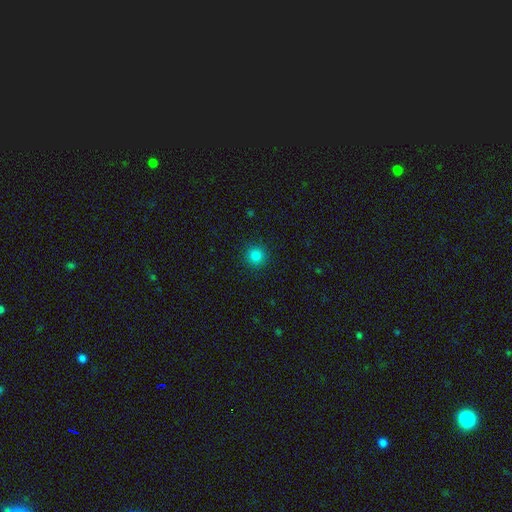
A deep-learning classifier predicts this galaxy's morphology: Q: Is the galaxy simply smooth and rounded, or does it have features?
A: smooth — 83%.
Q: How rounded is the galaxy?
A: round — 94%.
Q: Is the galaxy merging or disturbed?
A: none — 92%.